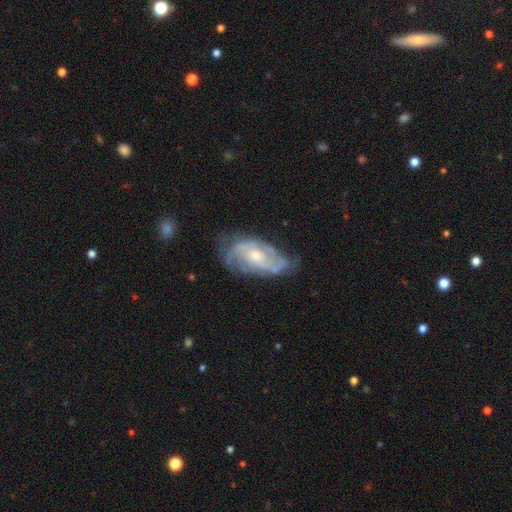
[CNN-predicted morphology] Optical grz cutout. It shows a featured or disk galaxy (78%) with no bar (63%), 2 (38%) tight (44%) spiral arms (87%) and a small central bulge (48%). Merging: none (56%).